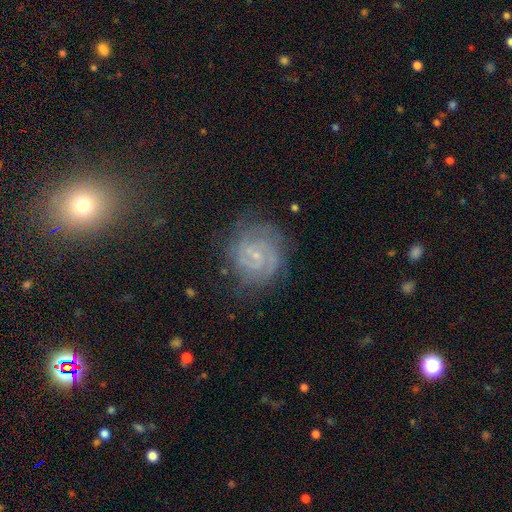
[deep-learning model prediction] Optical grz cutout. It shows a featured or disk galaxy (83%) with a weak bar (47%), 2 (49%) tight (62%) spiral arms (96%) and a small central bulge (81%). Merging: none (76%).